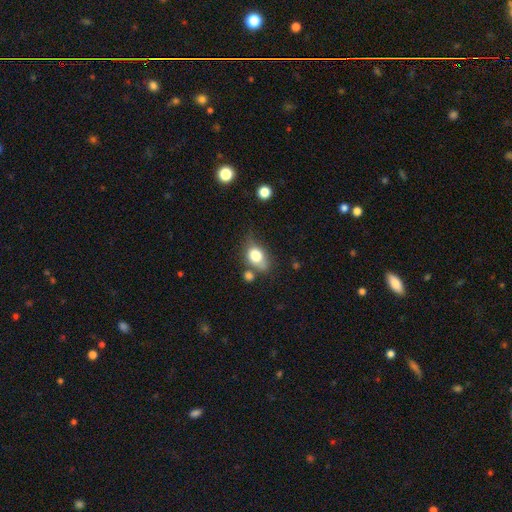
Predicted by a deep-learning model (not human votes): Q: Smooth or featured?
A: smooth (77%); runner-up: featured or disk (14%)
Q: How rounded?
A: in between (71%); runner-up: round (27%)
Q: Merging?
A: none (48%); runner-up: minor disturbance (26%)